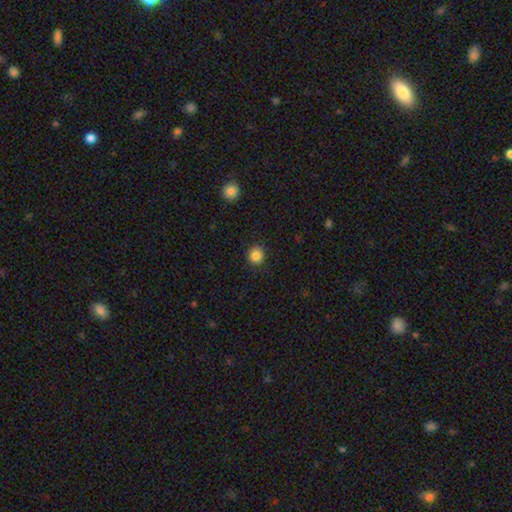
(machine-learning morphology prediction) smooth 85%, star or artifact 10%, featured or disk 5%. Down the decision tree: how rounded — round (89%); merging — none (89%).